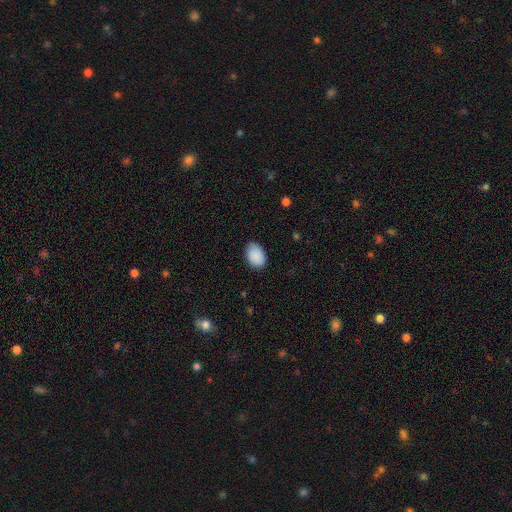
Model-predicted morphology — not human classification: This appears to be a smooth galaxy with no disk features (90%) that is in between round and cigar-shaped (85%). Merging: none (83%).